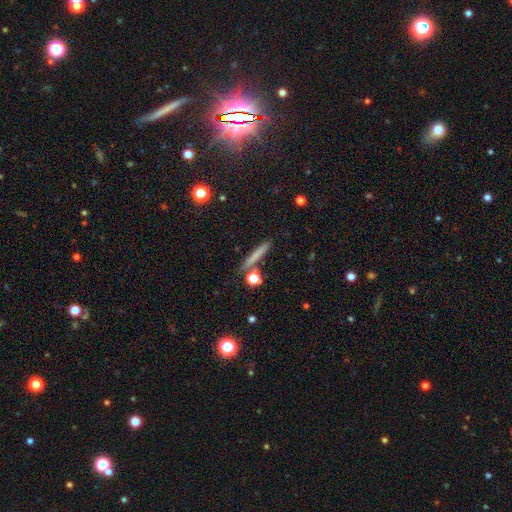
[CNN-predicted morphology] Smooth or featured?
  - smooth: 67% *
  - featured or disk: 24%
  - star or artifact: 9%
How rounded?
  - cigar-shaped: 92% *
  - in between: 4%
  - round: 4%
Merging?
  - none: 82% *
  - minor disturbance: 9%
  - merger: 6%
  - major disturbance: 3%